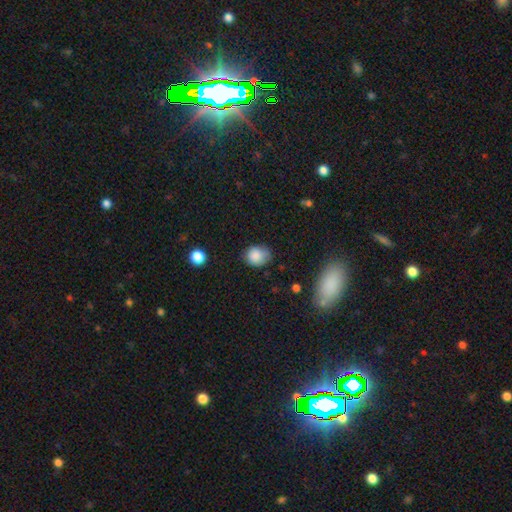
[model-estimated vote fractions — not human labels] Smooth or featured? smooth (85%)
How rounded? round (63%)
Merging? none (64%)